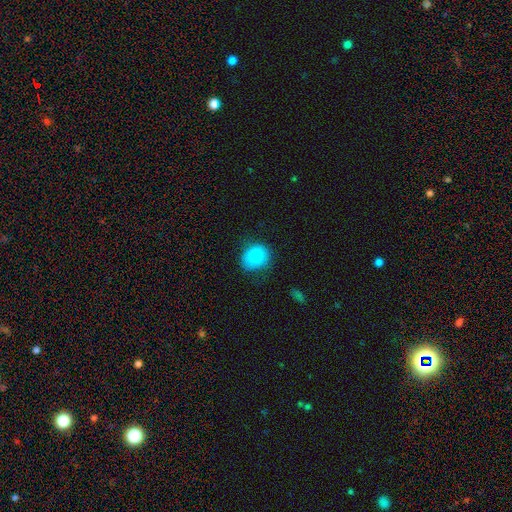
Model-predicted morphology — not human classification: This is clearly a smooth galaxy (83%). How rounded: possibly round (59%). Merging: likely none (69%).